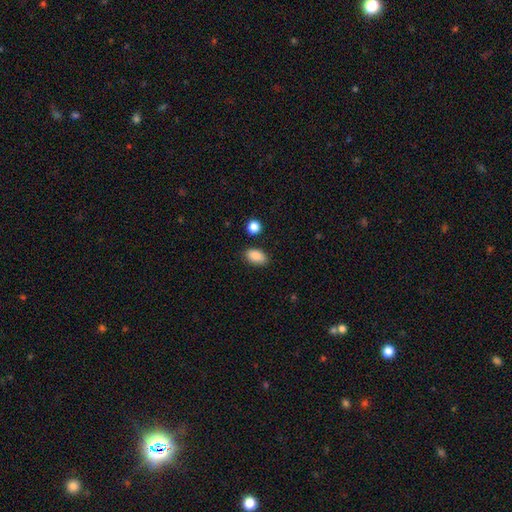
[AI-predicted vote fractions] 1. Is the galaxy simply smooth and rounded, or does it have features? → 88% smooth, 8% star or artifact, 4% featured or disk.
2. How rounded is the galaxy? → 90% in between, 8% round, 2% cigar-shaped.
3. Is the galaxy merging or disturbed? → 83% none, 11% minor disturbance, 3% merger, 3% major disturbance.